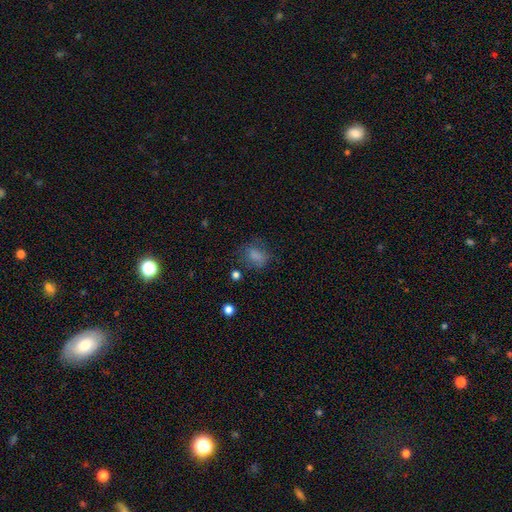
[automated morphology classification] Q: Smooth or featured?
A: smooth (77%); runner-up: star or artifact (13%)
Q: How rounded?
A: in between (67%); runner-up: round (31%)
Q: Merging?
A: none (63%); runner-up: minor disturbance (22%)